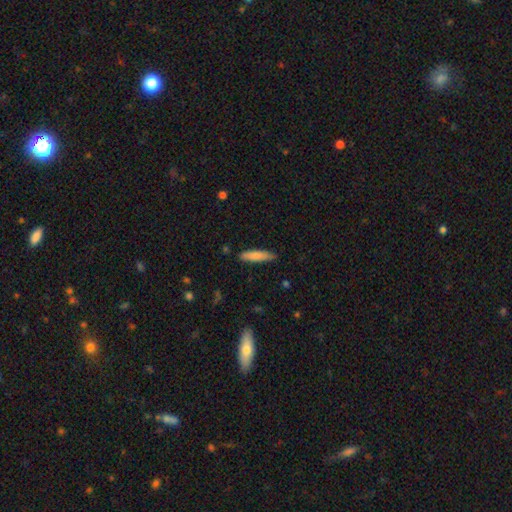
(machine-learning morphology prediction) A smooth galaxy with no disk features (80%) that is cigar-shaped (83%).

Vote fractions:
- Smooth or featured? smooth: 80% / featured or disk: 14% / star or artifact: 6%
- How rounded? cigar-shaped: 83% / in between: 16% / round: 1%
- Merging? none: 85% / minor disturbance: 12% / major disturbance: 2% / merger: 1%